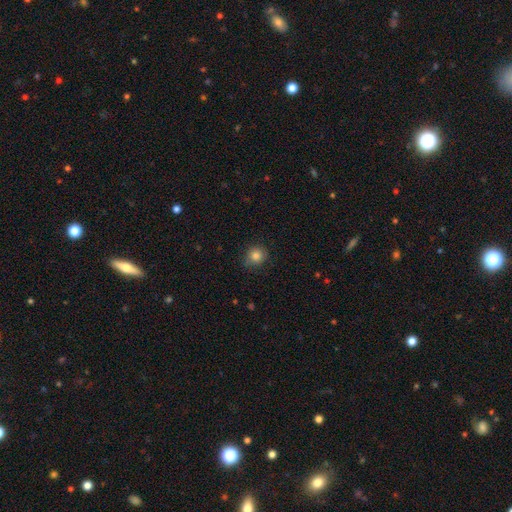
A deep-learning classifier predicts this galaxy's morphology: Smooth or featured? smooth (84%)
How rounded? round (88%)
Merging? none (81%)